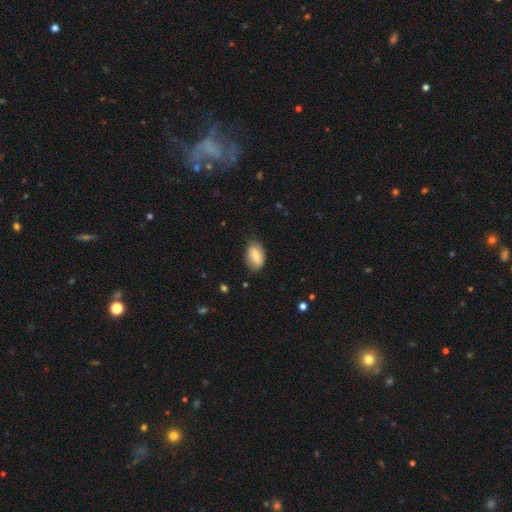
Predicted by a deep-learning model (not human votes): Smooth or featured?
  - smooth: 63% *
  - featured or disk: 31%
  - star or artifact: 7%
How rounded?
  - in between: 91% *
  - round: 6%
  - cigar-shaped: 3%
Merging?
  - none: 76% *
  - minor disturbance: 19%
  - major disturbance: 4%
  - merger: 1%